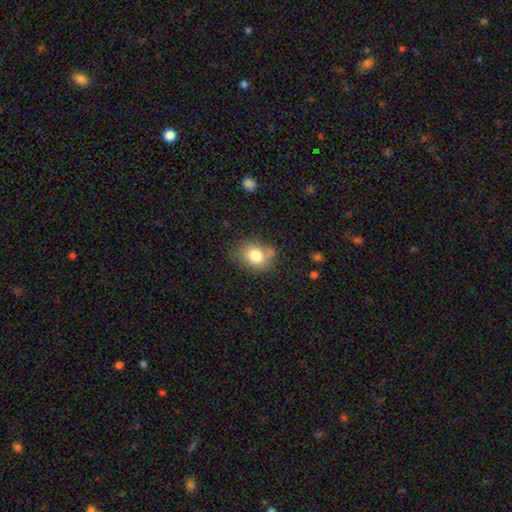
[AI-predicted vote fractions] Smooth or featured?
  - smooth: 78% *
  - featured or disk: 13%
  - star or artifact: 10%
How rounded?
  - in between: 54% *
  - round: 45%
  - cigar-shaped: 1%
Merging?
  - none: 66% *
  - minor disturbance: 23%
  - major disturbance: 6%
  - merger: 5%